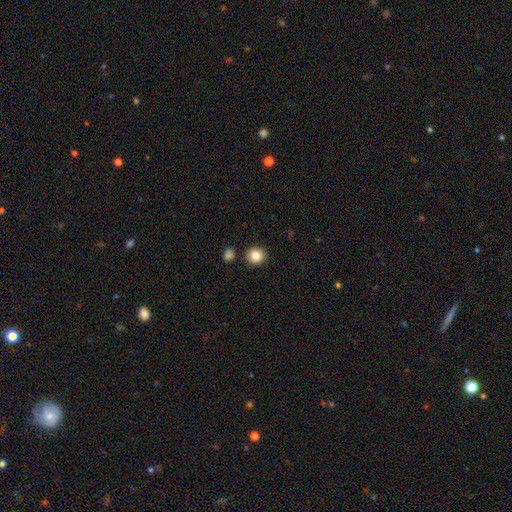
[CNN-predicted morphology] Smooth or featured?
  - smooth: 86% *
  - star or artifact: 9%
  - featured or disk: 4%
How rounded?
  - round: 85% *
  - in between: 14%
  - cigar-shaped: 1%
Merging?
  - none: 86% *
  - minor disturbance: 7%
  - merger: 4%
  - major disturbance: 2%